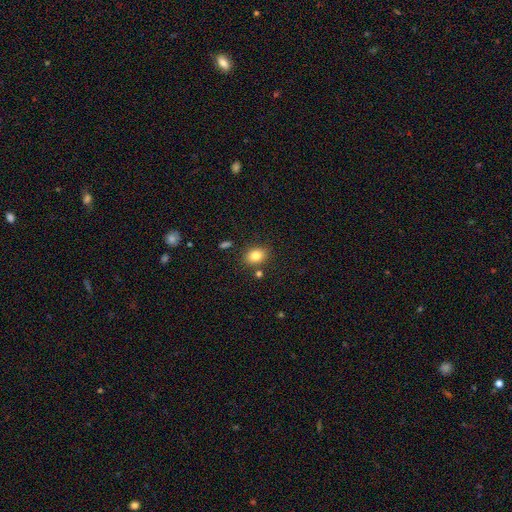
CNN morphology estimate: The model was most divided on "how rounded": in between: 67%, round: 32%, cigar-shaped: 1%. More confident: smooth or featured — smooth (83%); merging — none (82%).